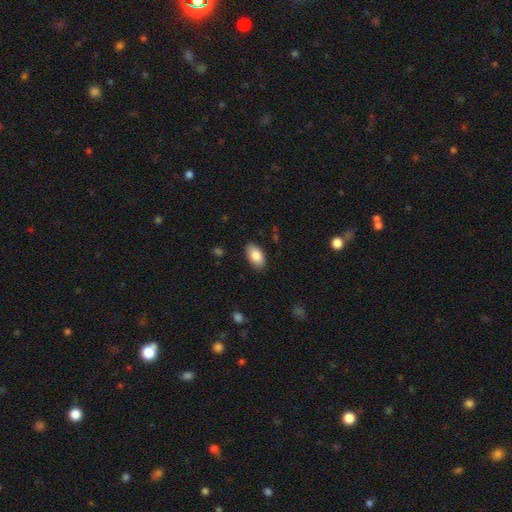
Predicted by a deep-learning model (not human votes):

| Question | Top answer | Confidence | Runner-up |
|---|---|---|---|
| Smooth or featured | smooth | 85% | featured or disk (8%) |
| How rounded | in between | 94% | round (5%) |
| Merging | none | 86% | minor disturbance (10%) |